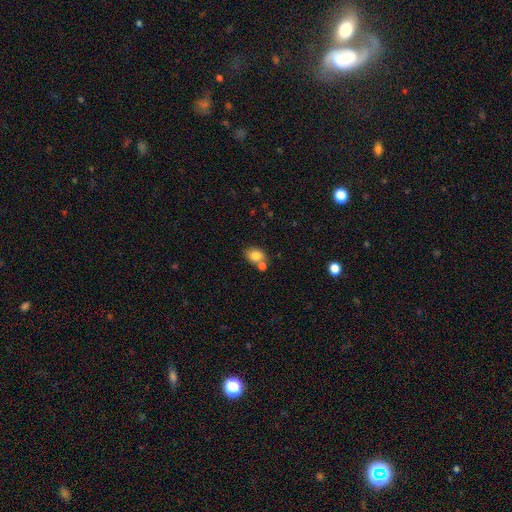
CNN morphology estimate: smooth_or_featured: smooth (p=0.82) [alt: star or artifact p=0.10]
how_rounded: in between (p=0.56) [alt: round p=0.43]
merging: none (p=0.53) [alt: merger p=0.31]